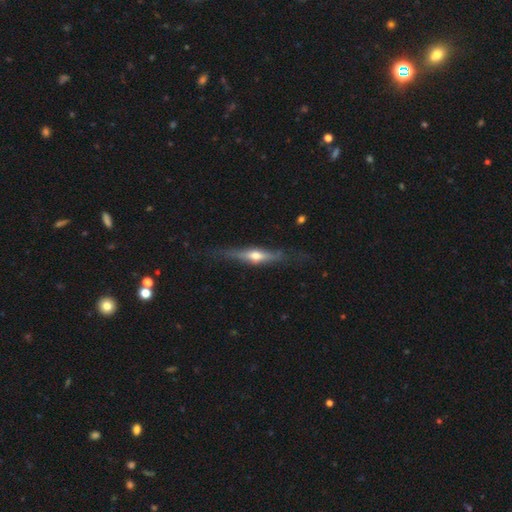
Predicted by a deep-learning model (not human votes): featured or disk 66%, smooth 29%, star or artifact 6%. Down the decision tree: edge-on disk — yes (93%); edge-on bulge — rounded (90%); merging — none (74%).